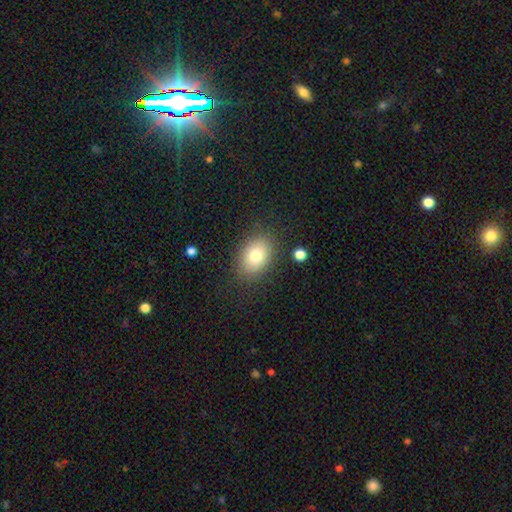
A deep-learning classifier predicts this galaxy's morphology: Q: Smooth or featured?
A: smooth (79%); runner-up: featured or disk (12%)
Q: How rounded?
A: in between (76%); runner-up: round (23%)
Q: Merging?
A: none (83%); runner-up: minor disturbance (11%)